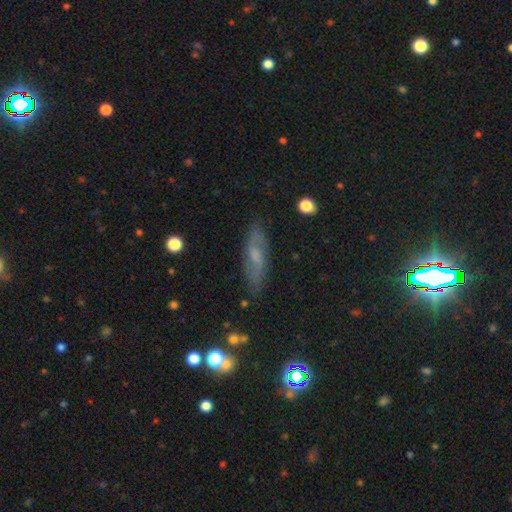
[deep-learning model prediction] Q: Smooth or featured?
A: featured or disk (51%); runner-up: smooth (37%)
Q: Edge-on disk?
A: no (72%); runner-up: yes (28%)
Q: Merging?
A: none (82%); runner-up: minor disturbance (13%)